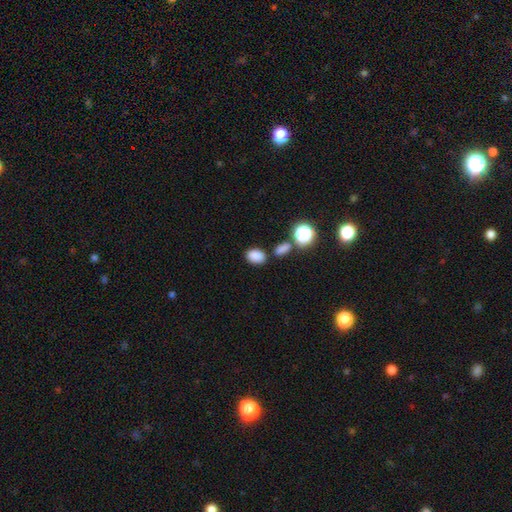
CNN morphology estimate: Smooth or featured? smooth (84%)
How rounded? in between (80%)
Merging? none (74%)